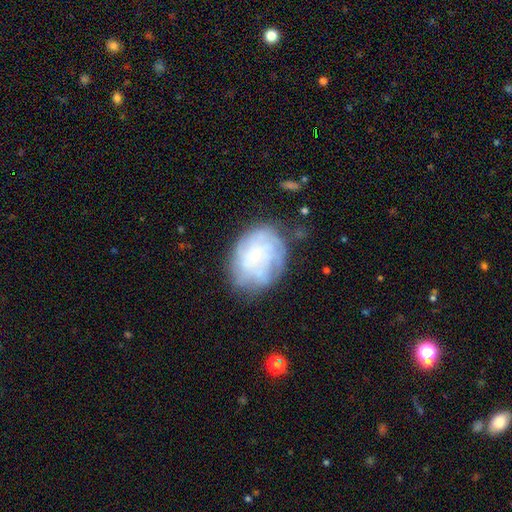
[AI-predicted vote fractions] Overall: featured or disk (59%; smooth 32%). Edge-on disk: no (97%). Bar: no (84%). Spiral arms: yes (70%; no 30%). Bulge size: small (79%). Merging: none (64%).